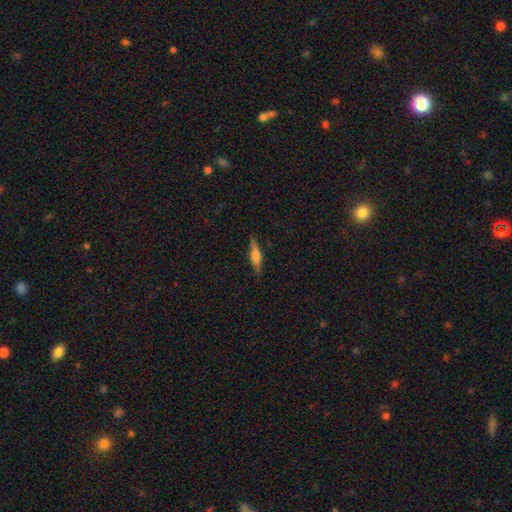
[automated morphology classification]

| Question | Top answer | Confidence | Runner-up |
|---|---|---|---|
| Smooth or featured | featured or disk | 53% | smooth (39%) |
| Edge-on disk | yes | 96% | no (4%) |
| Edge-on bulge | rounded | 73% | boxy (20%) |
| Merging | none | 87% | minor disturbance (10%) |